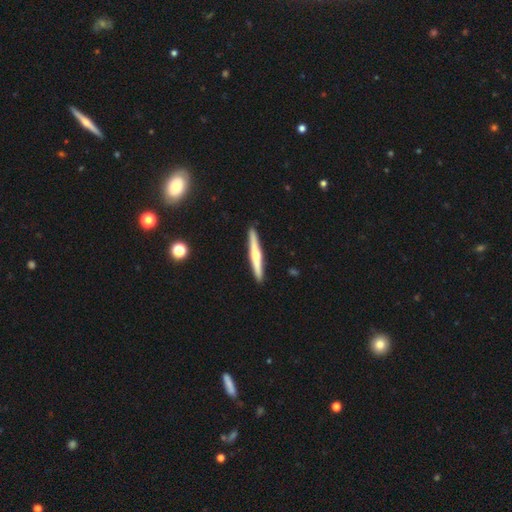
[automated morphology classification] The model was most divided on "smooth or featured": featured or disk: 58%, smooth: 37%, star or artifact: 5%. More confident: edge-on disk — yes (98%); merging — none (92%); edge-on bulge — rounded (73%).